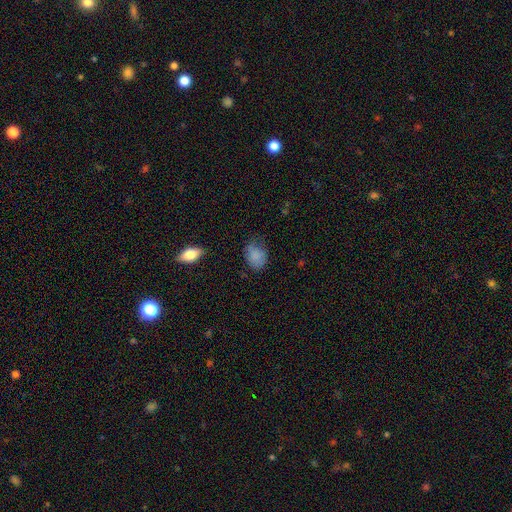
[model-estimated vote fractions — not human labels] A smooth galaxy with no disk features (83%) that is in between round and cigar-shaped (70%).

Vote fractions:
- Smooth or featured? smooth: 83% / star or artifact: 9% / featured or disk: 8%
- How rounded? in between: 70% / round: 28% / cigar-shaped: 1%
- Merging? none: 57% / minor disturbance: 32% / major disturbance: 9% / merger: 2%